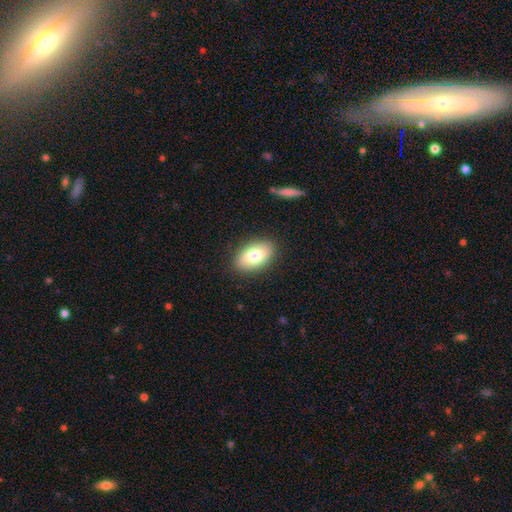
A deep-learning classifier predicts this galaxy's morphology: Smooth or featured? Predicted: smooth (p=0.76). How rounded? Predicted: in between (p=0.90). Merging? Predicted: none (p=0.88).